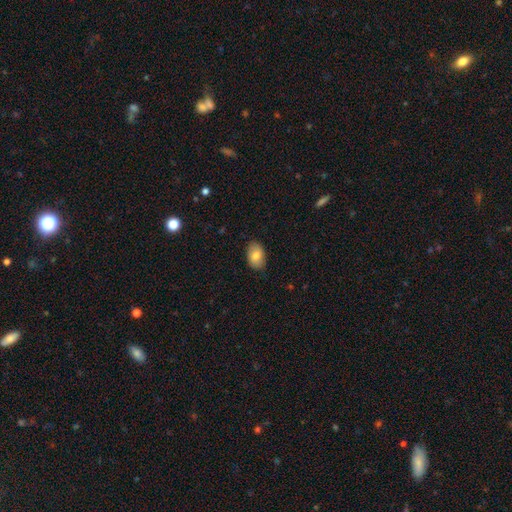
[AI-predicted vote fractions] A smooth galaxy with no disk features (81%) that is in between round and cigar-shaped (88%). Merging: none (85%).